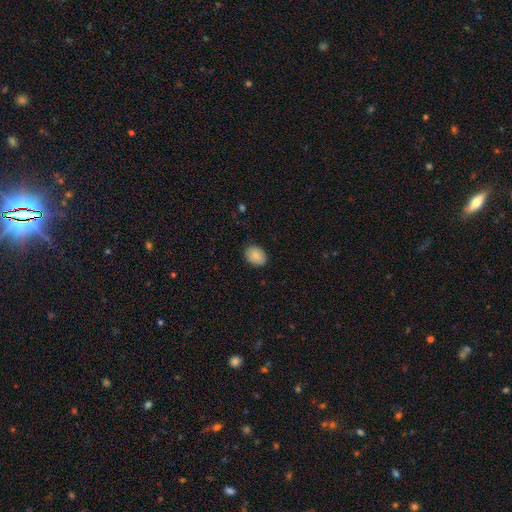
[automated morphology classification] Smooth or featured: smooth — 87% (star or artifact — 8%)
How rounded: in between — 65% (round — 34%)
Merging: none — 87% (minor disturbance — 10%)